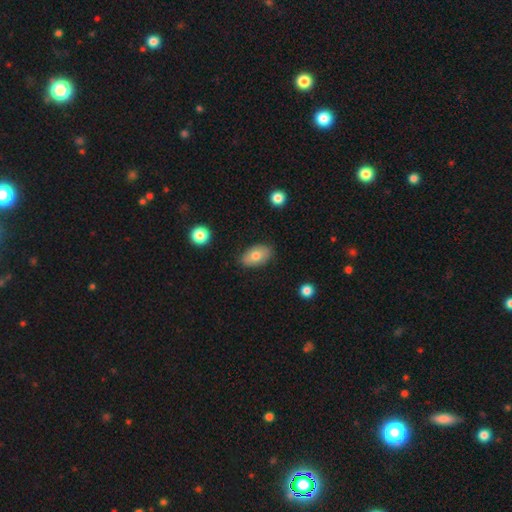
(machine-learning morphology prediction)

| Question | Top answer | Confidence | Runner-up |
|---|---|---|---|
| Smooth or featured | smooth | 74% | featured or disk (19%) |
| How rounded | in between | 91% | round (8%) |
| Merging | none | 81% | minor disturbance (15%) |